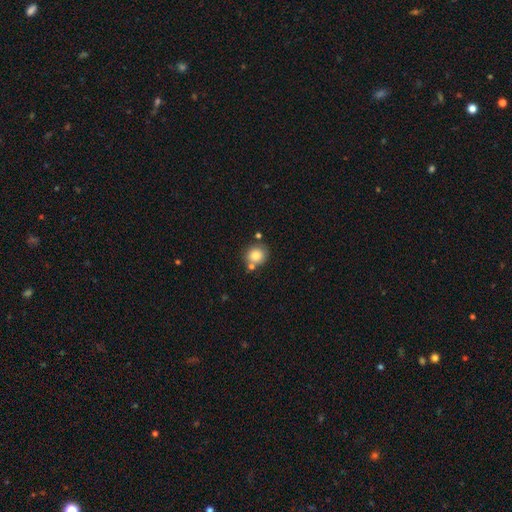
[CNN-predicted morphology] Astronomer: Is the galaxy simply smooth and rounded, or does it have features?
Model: smooth — 82%.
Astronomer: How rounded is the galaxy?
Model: round — 85%.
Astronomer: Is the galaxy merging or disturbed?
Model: none — 69%.